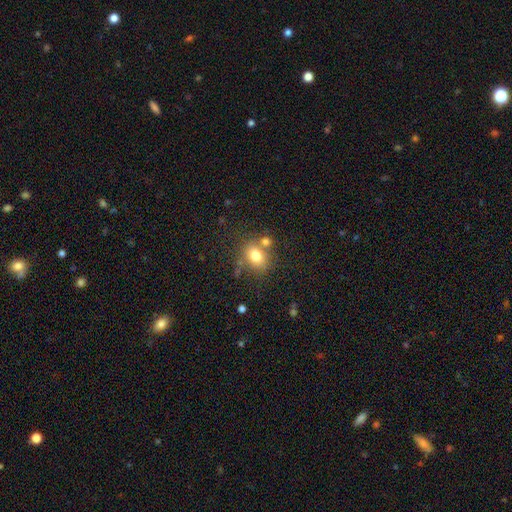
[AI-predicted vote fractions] Smooth or featured?
  - smooth: 76% *
  - featured or disk: 12%
  - star or artifact: 12%
How rounded?
  - round: 54% *
  - in between: 45%
  - cigar-shaped: 1%
Merging?
  - none: 61% *
  - merger: 21%
  - minor disturbance: 14%
  - major disturbance: 5%